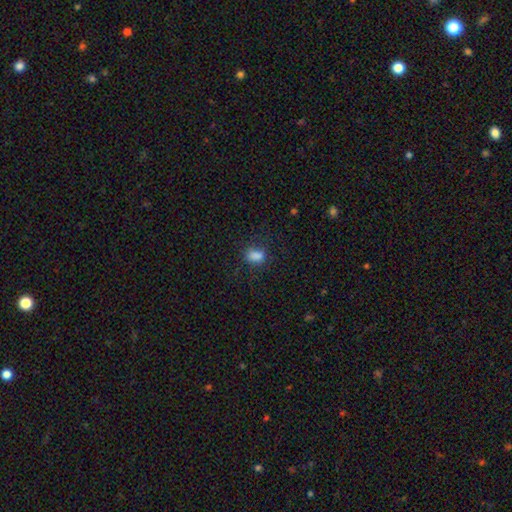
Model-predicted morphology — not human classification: smooth_or_featured: smooth (p=0.79) [alt: star or artifact p=0.13]
how_rounded: in between (p=0.77) [alt: round p=0.19]
merging: none (p=0.60) [alt: minor disturbance p=0.23]